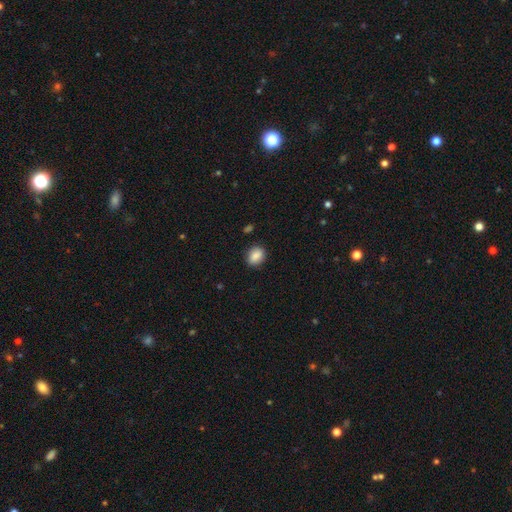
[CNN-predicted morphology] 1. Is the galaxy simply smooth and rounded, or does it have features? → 88% smooth, 8% star or artifact, 4% featured or disk.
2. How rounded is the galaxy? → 58% in between, 41% round, 1% cigar-shaped.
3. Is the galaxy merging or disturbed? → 85% none, 11% minor disturbance, 3% major disturbance, 1% merger.